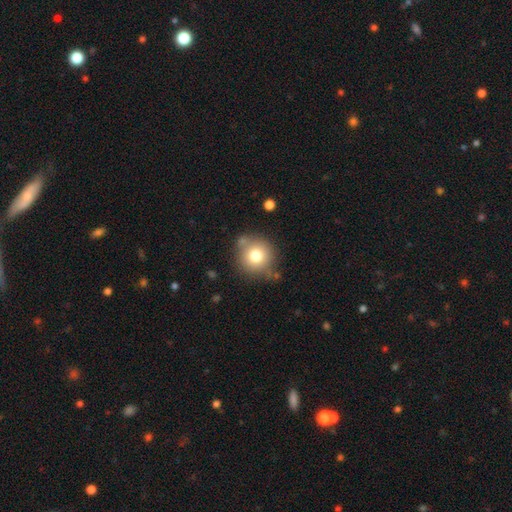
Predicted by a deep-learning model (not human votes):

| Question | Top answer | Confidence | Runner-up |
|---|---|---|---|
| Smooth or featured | smooth | 75% | featured or disk (13%) |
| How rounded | round | 92% | in between (7%) |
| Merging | none | 75% | minor disturbance (14%) |